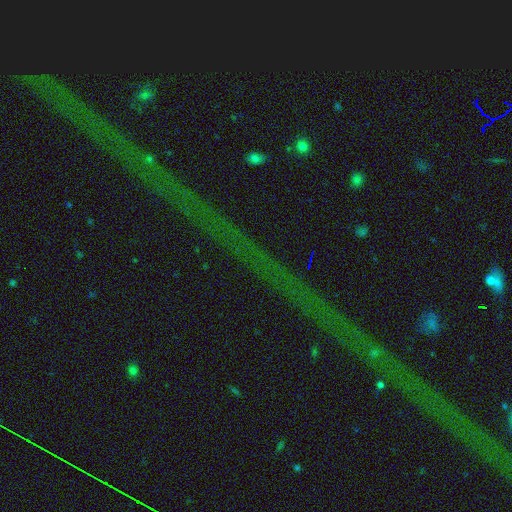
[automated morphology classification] Smooth or featured? Predicted: star or artifact (p=0.80).